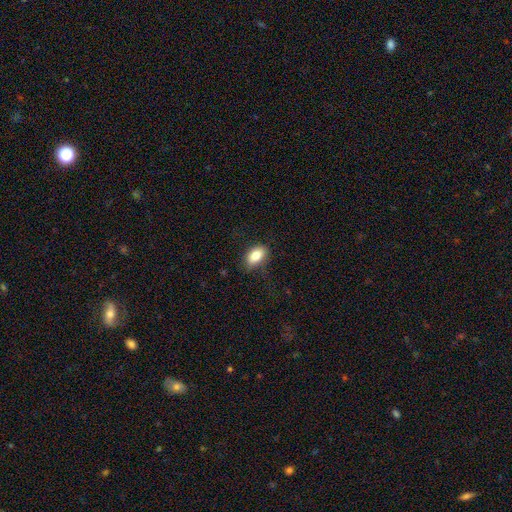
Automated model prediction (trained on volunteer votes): Morphology: type=smooth (82%); roundness=in between (90%); merging=none (78%).